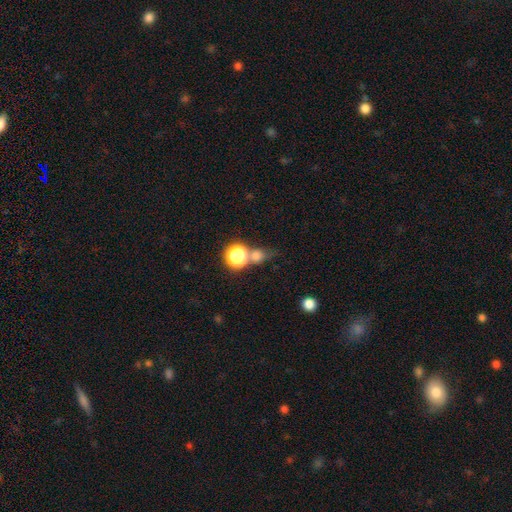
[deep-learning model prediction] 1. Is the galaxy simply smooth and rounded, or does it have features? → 70% smooth, 21% star or artifact, 9% featured or disk.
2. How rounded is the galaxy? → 78% round, 20% in between, 2% cigar-shaped.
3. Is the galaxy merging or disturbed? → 49% none, 34% merger, 11% minor disturbance, 7% major disturbance.